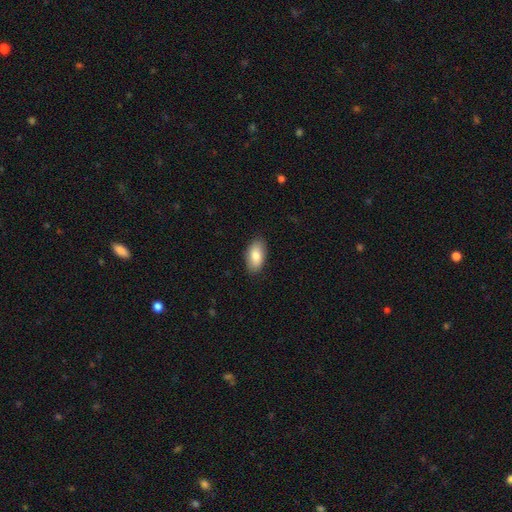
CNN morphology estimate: This is clearly a smooth galaxy (84%). How rounded: clearly in between (94%). Merging: clearly none (87%).